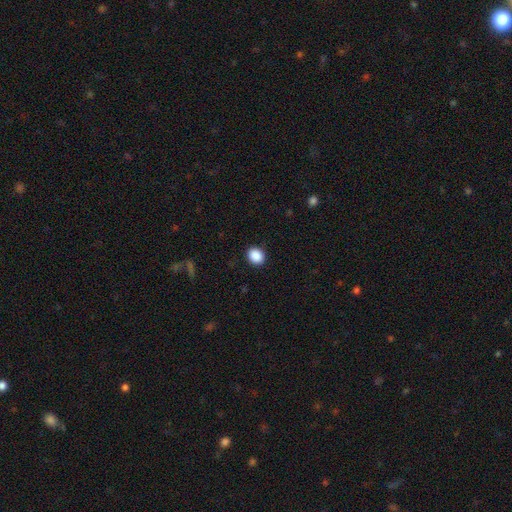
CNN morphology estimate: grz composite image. It shows a smooth galaxy with no disk features (89%) that is round (62%). Merging: none (90%).